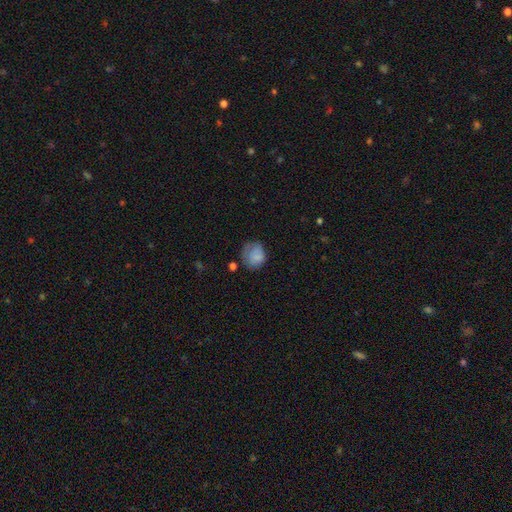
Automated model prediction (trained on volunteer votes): smooth_or_featured: smooth (p=0.80) [alt: featured or disk p=0.11]
how_rounded: round (p=0.69) [alt: in between p=0.30]
merging: none (p=0.50) [alt: minor disturbance p=0.31]